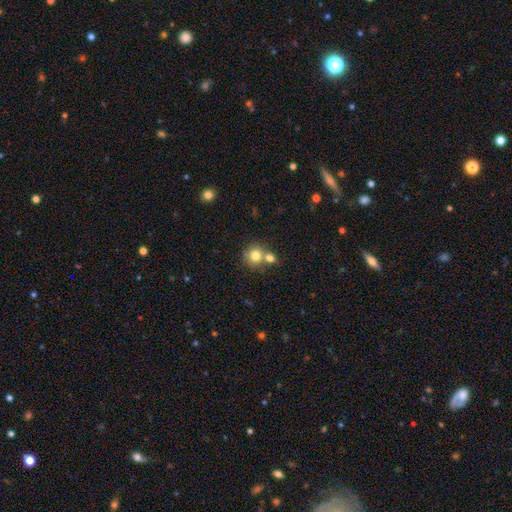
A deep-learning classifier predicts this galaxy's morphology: Smooth or featured?
  - smooth: 78% *
  - star or artifact: 11%
  - featured or disk: 11%
How rounded?
  - round: 86% *
  - in between: 13%
  - cigar-shaped: 1%
Merging?
  - none: 52% *
  - merger: 37%
  - minor disturbance: 8%
  - major disturbance: 3%